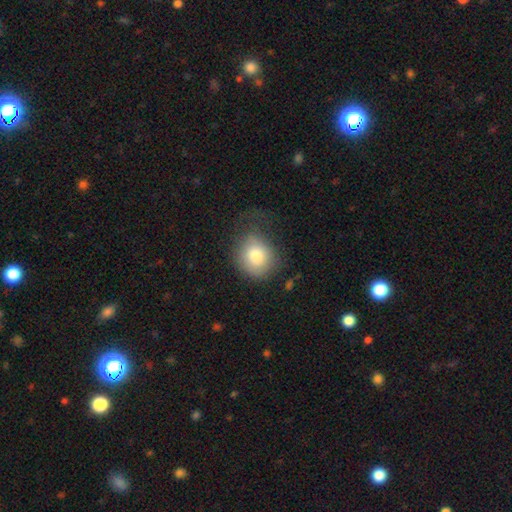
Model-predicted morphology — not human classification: Q: Smooth or featured?
A: smooth (80%); runner-up: featured or disk (12%)
Q: How rounded?
A: round (72%); runner-up: in between (27%)
Q: Merging?
A: none (50%); runner-up: minor disturbance (28%)